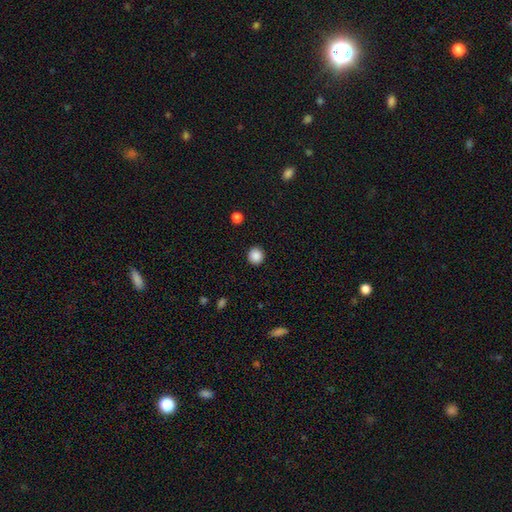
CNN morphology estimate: Smooth or featured: smooth — 88% (star or artifact — 9%)
How rounded: round — 92% (in between — 7%)
Merging: none — 92% (minor disturbance — 5%)